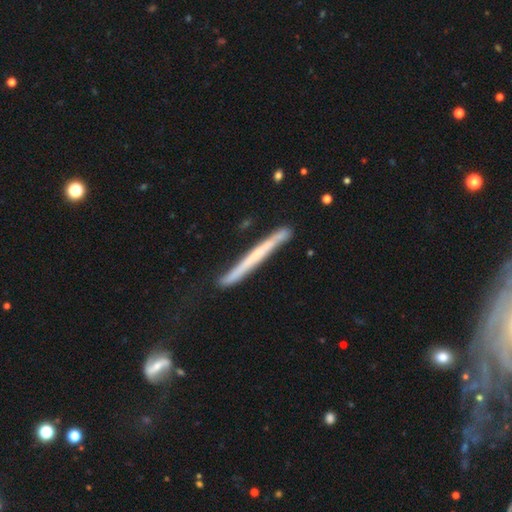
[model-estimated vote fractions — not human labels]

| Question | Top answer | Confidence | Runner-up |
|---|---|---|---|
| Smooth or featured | featured or disk | 56% | smooth (38%) |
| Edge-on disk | yes | 95% | no (5%) |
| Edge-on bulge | none | 80% | rounded (14%) |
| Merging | none | 82% | minor disturbance (13%) |